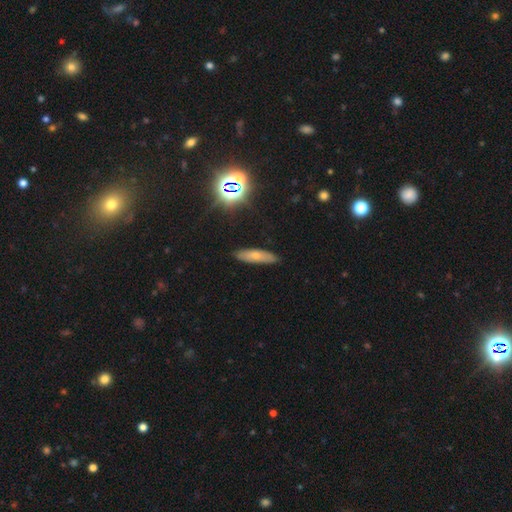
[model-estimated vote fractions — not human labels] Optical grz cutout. It shows a smooth galaxy with no disk features (60%) that is cigar-shaped (56%). Merging: none (85%).